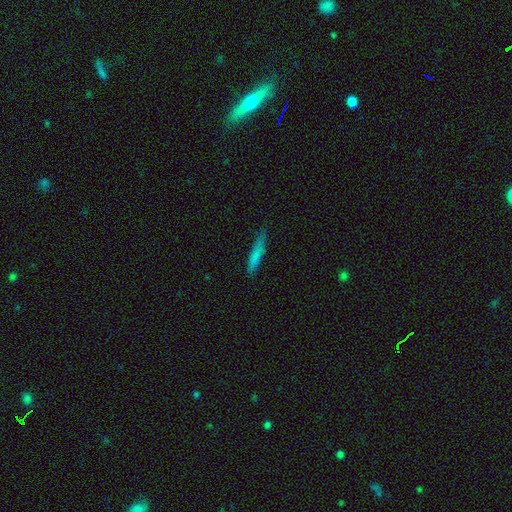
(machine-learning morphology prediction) Smooth or featured? smooth (74%)
How rounded? cigar-shaped (90%)
Merging? none (77%)